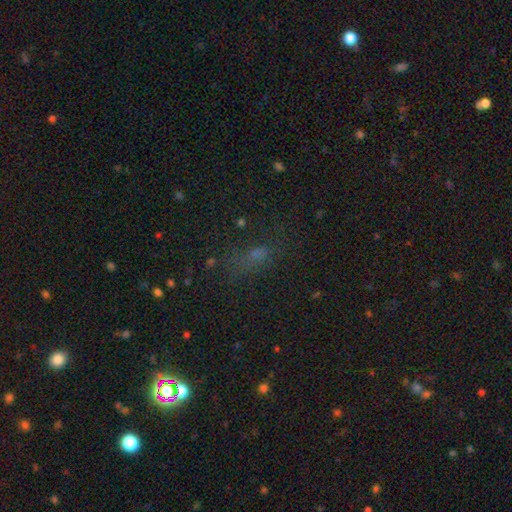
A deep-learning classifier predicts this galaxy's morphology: smooth-or-featured: smooth: 48% | star or artifact: 39% | featured or disk: 14%
  merging: none: 60% | minor disturbance: 19% | major disturbance: 16% | merger: 5%